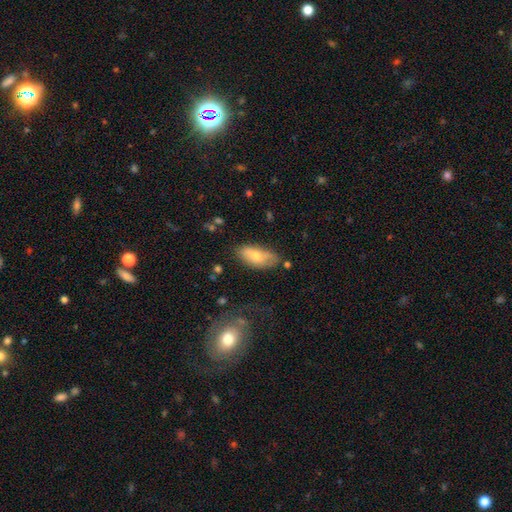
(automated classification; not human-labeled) smooth-or-featured: smooth: 68% | featured or disk: 25% | star or artifact: 7%
  how-rounded: in between: 89% | cigar-shaped: 8% | round: 3%
  merging: none: 63% | minor disturbance: 26% | major disturbance: 8% | merger: 4%